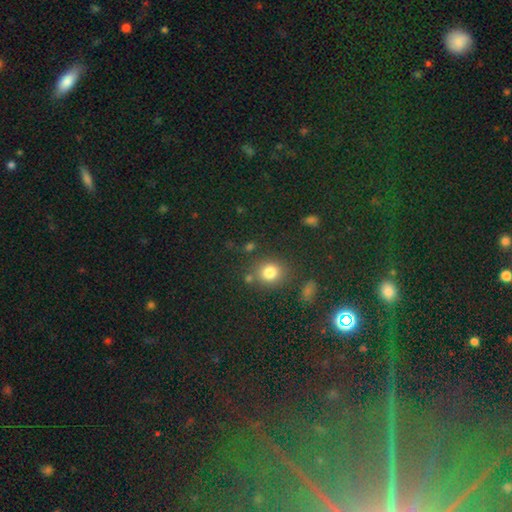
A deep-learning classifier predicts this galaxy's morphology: star or artifact 62%, smooth 25%, featured or disk 13%.